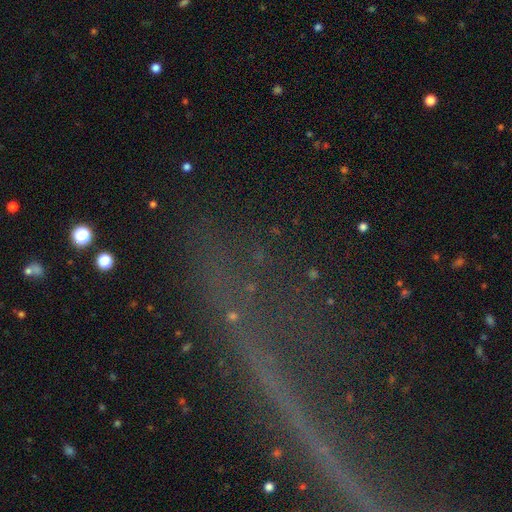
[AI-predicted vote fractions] Morphology: type=star or artifact (64%).